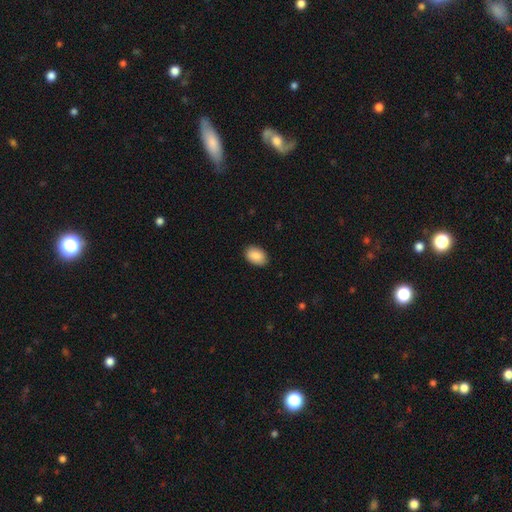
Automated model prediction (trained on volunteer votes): This is clearly a smooth galaxy (89%). How rounded: clearly in between (87%). Merging: clearly none (88%).